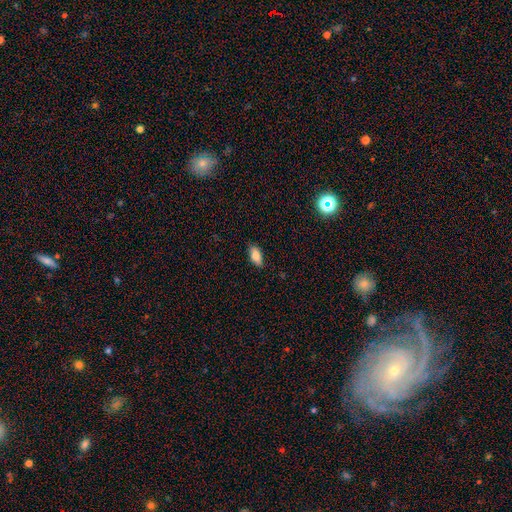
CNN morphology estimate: Smooth or featured? Predicted: smooth (p=0.84). How rounded? Predicted: in between (p=0.86). Merging? Predicted: none (p=0.83).